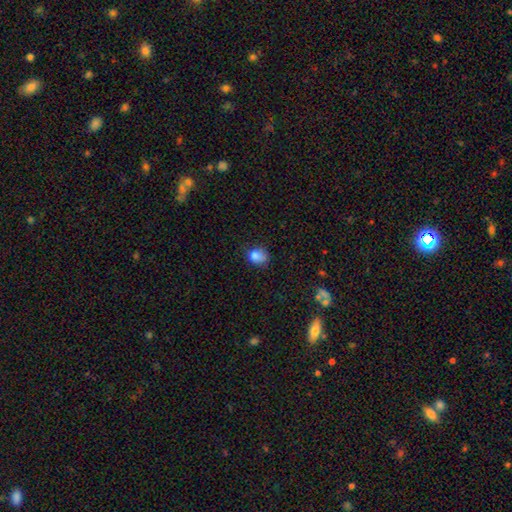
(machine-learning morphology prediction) A smooth galaxy with no disk features (83%) that is round (54%).

Vote fractions:
- Smooth or featured? smooth: 83% / star or artifact: 10% / featured or disk: 7%
- How rounded? round: 54% / in between: 45% / cigar-shaped: 1%
- Merging? none: 57% / minor disturbance: 31% / major disturbance: 10% / merger: 2%